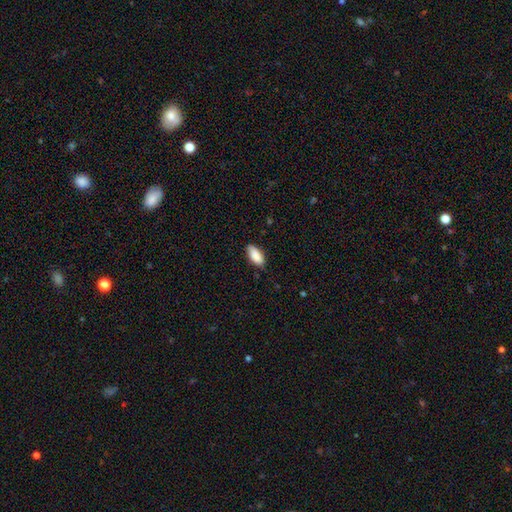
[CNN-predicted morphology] Smooth or featured? Predicted: smooth (p=0.88). How rounded? Predicted: in between (p=0.87). Merging? Predicted: none (p=0.82).